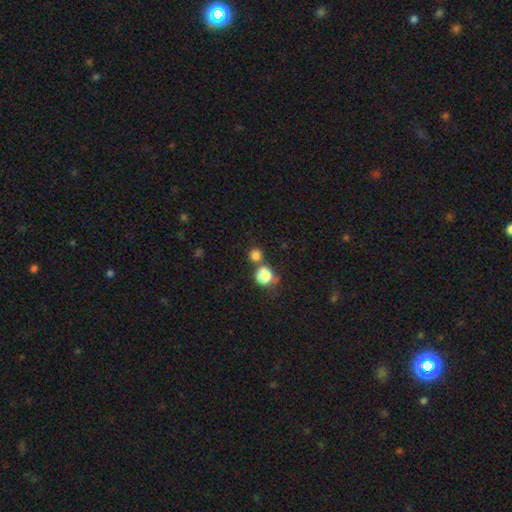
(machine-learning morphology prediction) The model was most divided on "merging": none: 64%, merger: 25%, minor disturbance: 7%, major disturbance: 3%. More confident: how rounded — round (89%); smooth or featured — smooth (76%).